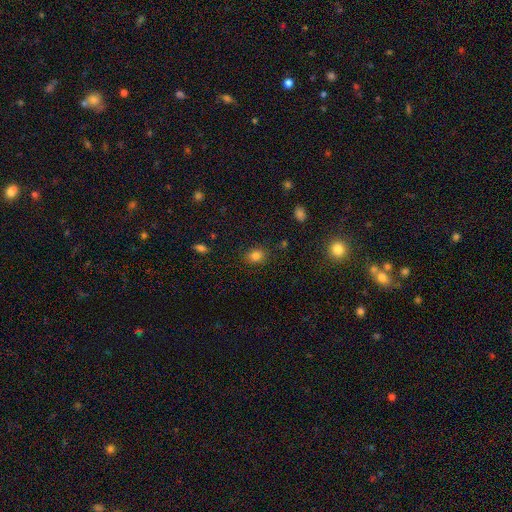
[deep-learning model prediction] The model was most divided on "how rounded": in between: 56%, round: 43%, cigar-shaped: 1%. More confident: merging — none (85%); smooth or featured — smooth (81%).